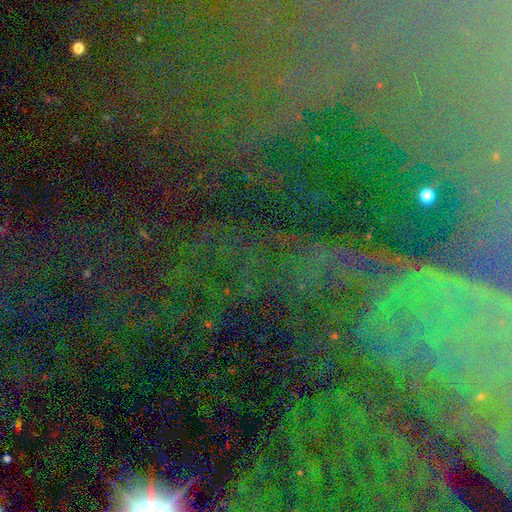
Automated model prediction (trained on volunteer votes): This appears to be a star or artifact, not a galaxy (76%).